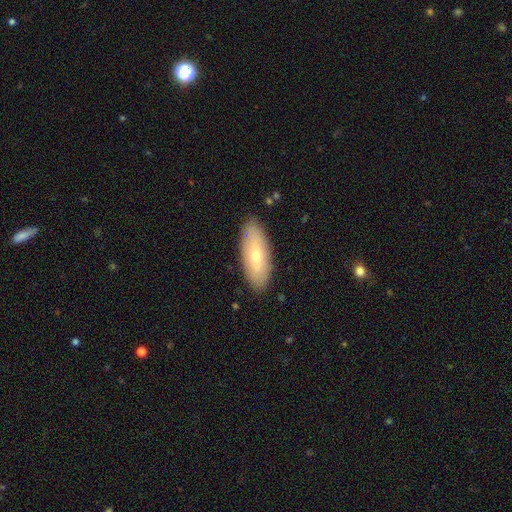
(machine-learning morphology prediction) Smooth or featured?
  - smooth: 54% *
  - featured or disk: 40%
  - star or artifact: 6%
How rounded?
  - in between: 76% *
  - cigar-shaped: 21%
  - round: 2%
Merging?
  - none: 87% *
  - minor disturbance: 10%
  - major disturbance: 2%
  - merger: 1%